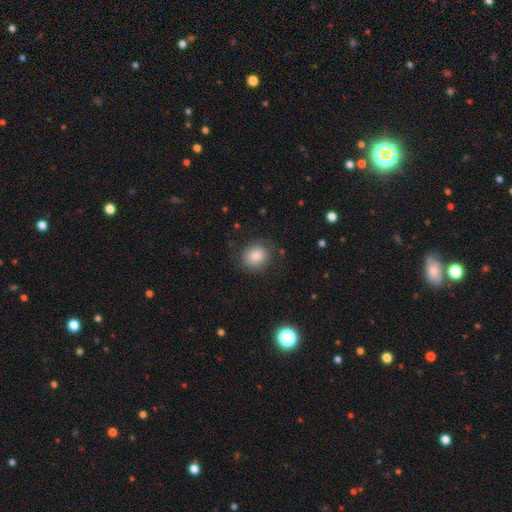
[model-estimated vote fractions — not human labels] Smooth or featured? smooth (76%)
How rounded? round (76%)
Merging? none (76%)